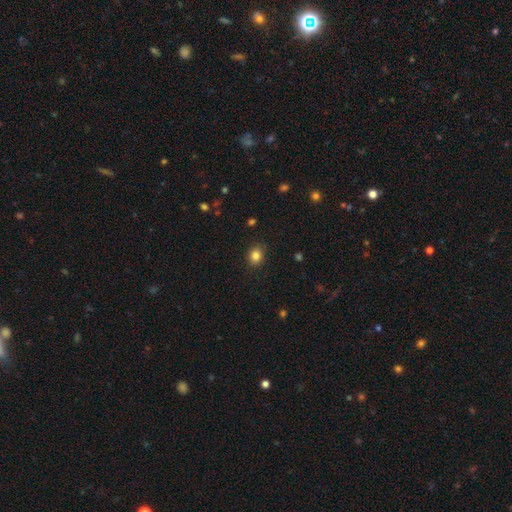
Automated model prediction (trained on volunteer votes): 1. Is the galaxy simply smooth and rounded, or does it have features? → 84% smooth, 11% star or artifact, 5% featured or disk.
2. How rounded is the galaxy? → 66% round, 33% in between, 1% cigar-shaped.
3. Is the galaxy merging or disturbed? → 87% none, 9% minor disturbance, 2% major disturbance, 1% merger.